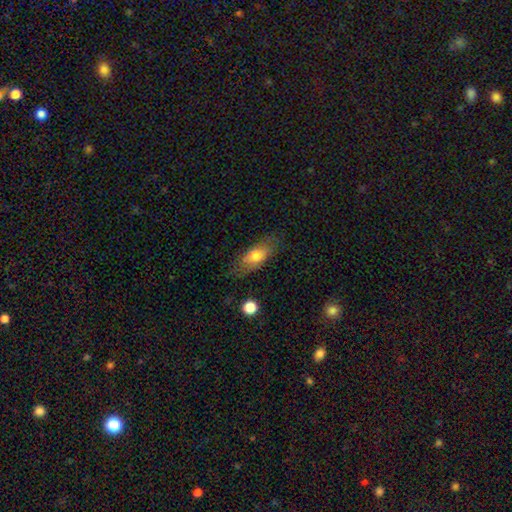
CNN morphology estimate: Q: Smooth or featured?
A: smooth (70%); runner-up: featured or disk (23%)
Q: How rounded?
A: in between (78%); runner-up: cigar-shaped (17%)
Q: Merging?
A: none (69%); runner-up: minor disturbance (21%)